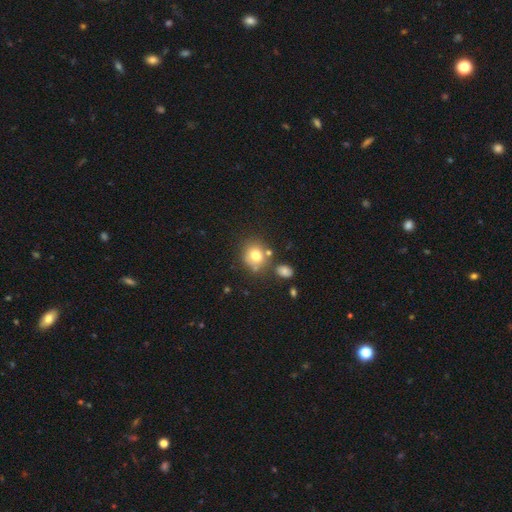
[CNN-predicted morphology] The model was most divided on "merging": none: 66%, merger: 15%, minor disturbance: 14%, major disturbance: 5%. More confident: how rounded — round (80%); smooth or featured — smooth (75%).